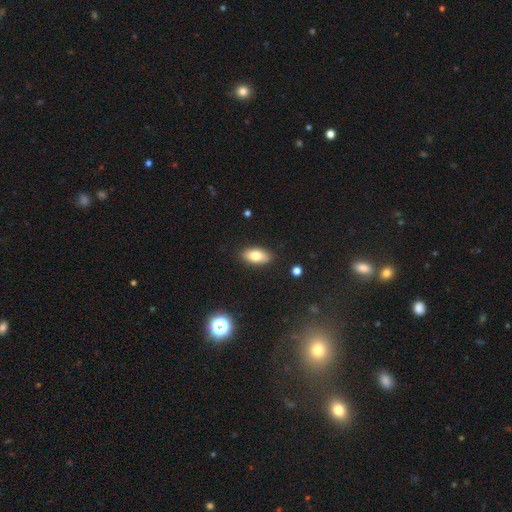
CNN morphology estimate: A smooth galaxy with no disk features (78%) that is in between round and cigar-shaped (89%).

Vote fractions:
- Smooth or featured? smooth: 78% / featured or disk: 14% / star or artifact: 8%
- How rounded? in between: 89% / cigar-shaped: 7% / round: 4%
- Merging? none: 88% / minor disturbance: 9% / major disturbance: 2% / merger: 1%